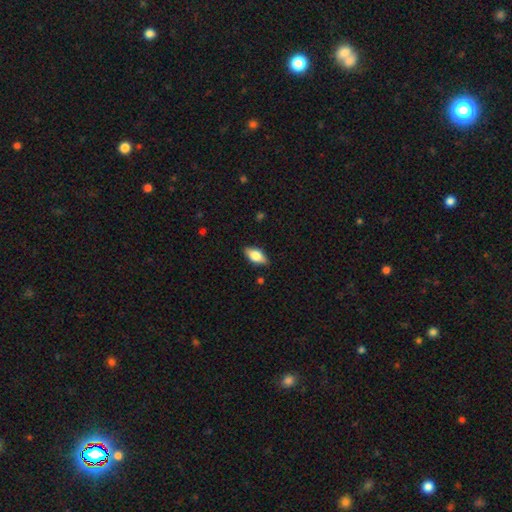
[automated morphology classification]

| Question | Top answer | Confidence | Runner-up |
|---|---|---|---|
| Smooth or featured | smooth | 72% | featured or disk (21%) |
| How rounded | in between | 87% | cigar-shaped (10%) |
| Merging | none | 86% | minor disturbance (11%) |